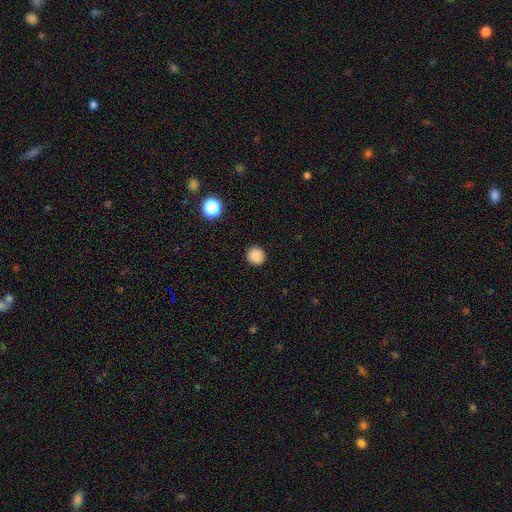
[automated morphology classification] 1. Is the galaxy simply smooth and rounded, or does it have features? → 87% smooth, 10% star or artifact, 3% featured or disk.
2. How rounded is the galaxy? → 91% round, 8% in between, 1% cigar-shaped.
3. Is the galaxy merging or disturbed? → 91% none, 6% minor disturbance, 2% major disturbance, 1% merger.